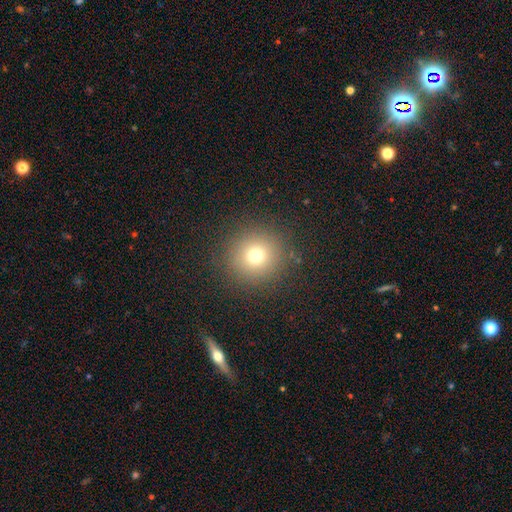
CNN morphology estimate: The model was most divided on "smooth or featured": smooth: 73%, star or artifact: 17%, featured or disk: 10%. More confident: how rounded — round (94%); merging — none (89%).